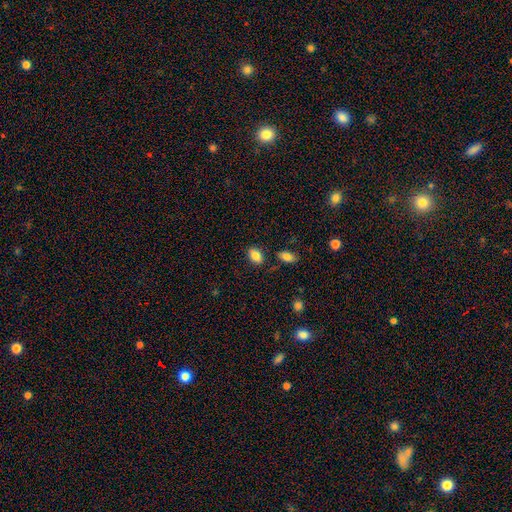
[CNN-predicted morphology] smooth-or-featured: smooth: 84% | featured or disk: 8% | star or artifact: 8%
  how-rounded: in between: 87% | round: 11% | cigar-shaped: 2%
  merging: none: 81% | minor disturbance: 11% | merger: 5% | major disturbance: 3%